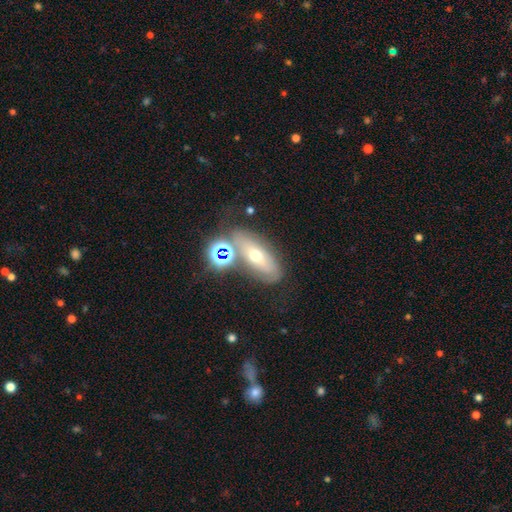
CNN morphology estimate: Smooth or featured?
  - smooth: 42% *
  - featured or disk: 38%
  - star or artifact: 20%
Merging?
  - none: 65% *
  - minor disturbance: 16%
  - merger: 12%
  - major disturbance: 8%